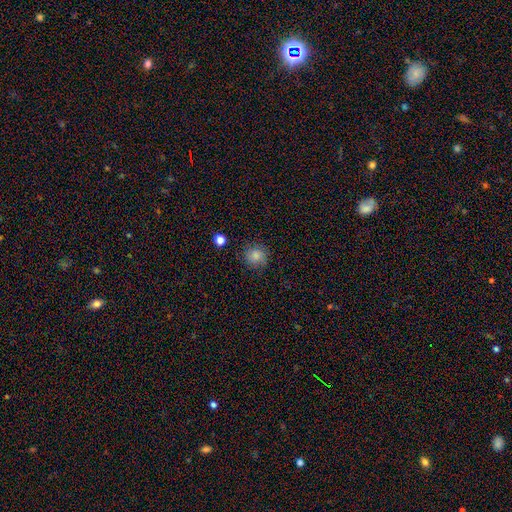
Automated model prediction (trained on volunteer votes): Smooth or featured? smooth (80%)
How rounded? round (90%)
Merging? none (83%)